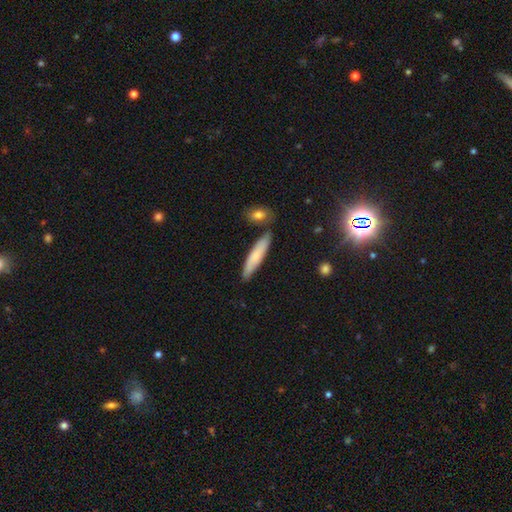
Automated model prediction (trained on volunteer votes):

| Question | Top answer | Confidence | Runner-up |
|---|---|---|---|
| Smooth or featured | smooth | 73% | featured or disk (21%) |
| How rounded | cigar-shaped | 83% | in between (16%) |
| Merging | none | 79% | minor disturbance (13%) |